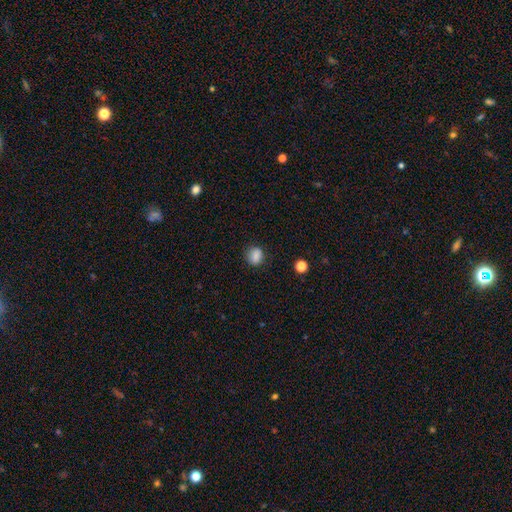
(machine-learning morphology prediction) This appears to be a smooth galaxy with no disk features (84%) that is round (68%). Merging: none (81%).